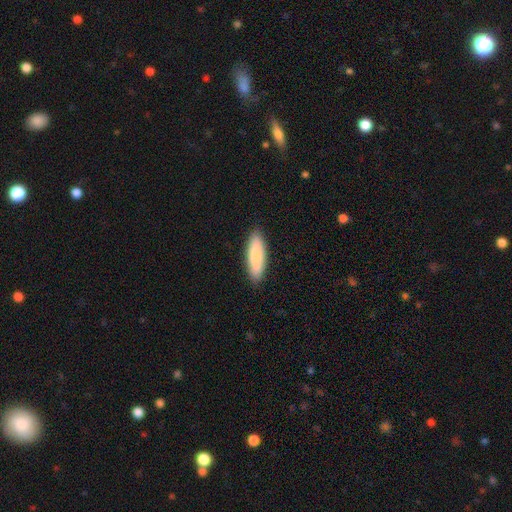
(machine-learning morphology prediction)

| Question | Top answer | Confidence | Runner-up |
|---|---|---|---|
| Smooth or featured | smooth | 86% | featured or disk (8%) |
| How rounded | cigar-shaped | 56% | in between (43%) |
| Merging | none | 89% | minor disturbance (8%) |